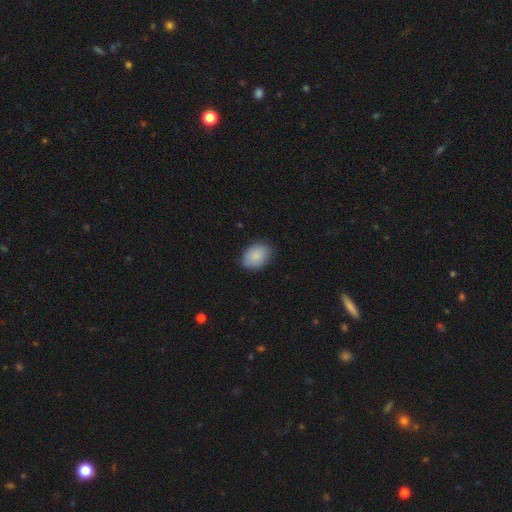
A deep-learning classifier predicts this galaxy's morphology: The model was most divided on "how rounded": in between: 81%, round: 18%, cigar-shaped: 1%. More confident: smooth or featured — smooth (87%); merging — none (82%).